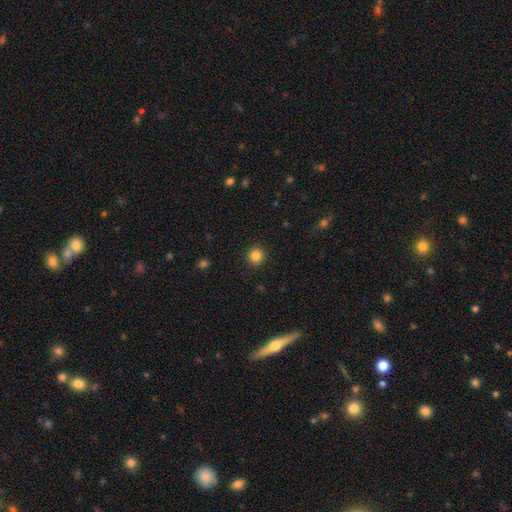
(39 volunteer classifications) This appears to be a smooth galaxy with no disk features (90%) that is round (97%). Merging: none (97%).